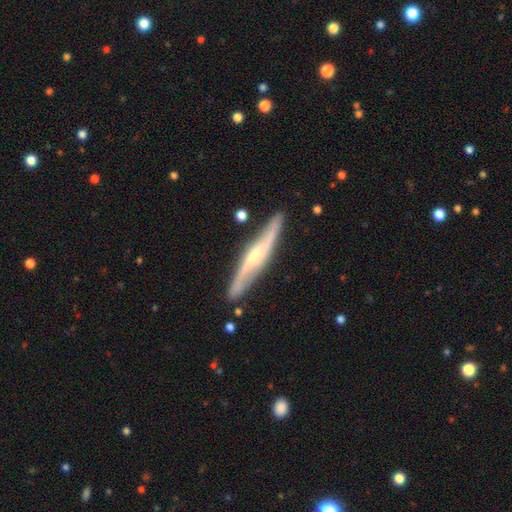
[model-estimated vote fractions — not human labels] This is likely a featured or disk galaxy (77%). It is likely viewed edge-on (65%). Edge-on bulge: likely rounded (64%). Merging: clearly none (83%).